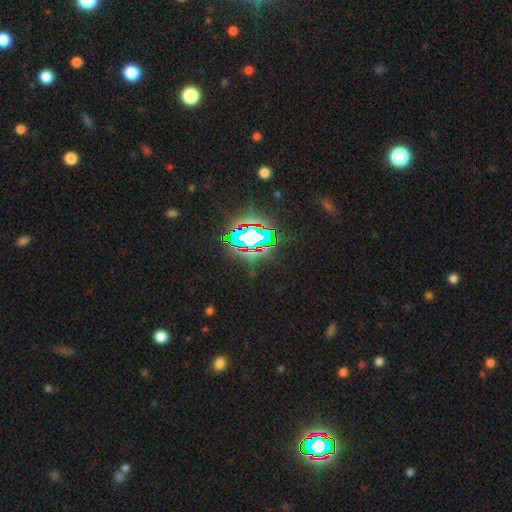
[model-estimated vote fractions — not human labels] Overall: star or artifact (81%).